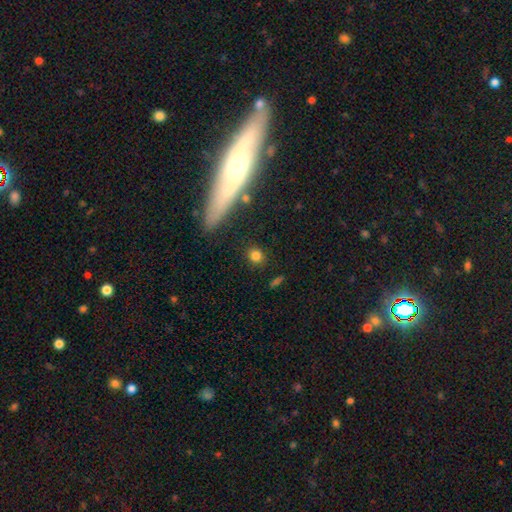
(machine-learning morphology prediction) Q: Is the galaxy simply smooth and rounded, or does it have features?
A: smooth — 82%.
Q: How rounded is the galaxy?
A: round — 80%.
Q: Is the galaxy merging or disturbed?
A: none — 87%.